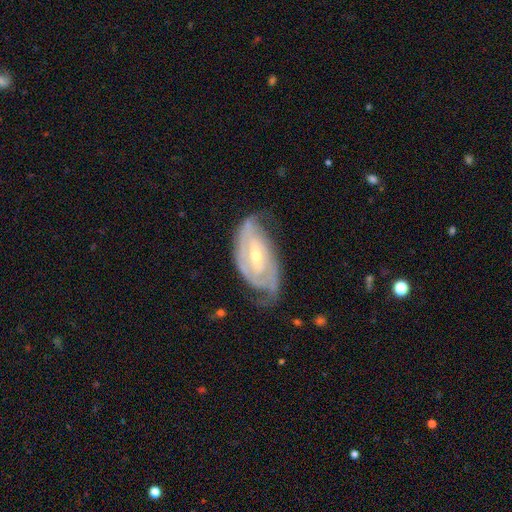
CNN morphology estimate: smooth-or-featured: featured or disk: 88% | smooth: 8% | star or artifact: 5%
  disk-edge-on: no: 95% | yes: 5%
    bar: weak: 44% | no: 28% | strong: 28%
    has-spiral-arms: yes: 95% | no: 5%
      spiral-winding: tight: 60% | medium: 32% | loose: 8%
      spiral-arm-count: 2: 63% | can't tell: 17% | 3: 11% | 1: 4% | 4: 3% | more than 4: 2%
    bulge-size: small: 55% | moderate: 42% | large: 1% | none: 1% | dominant: 1%
  merging: none: 65% | minor disturbance: 22% | major disturbance: 10% | merger: 2%